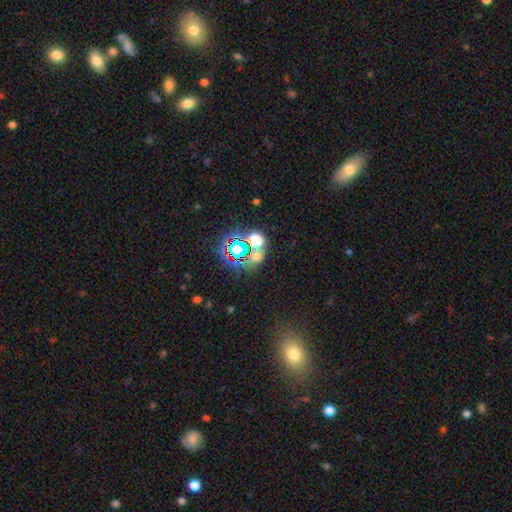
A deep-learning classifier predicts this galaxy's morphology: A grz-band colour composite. It shows a star or artifact, not a galaxy (54%).